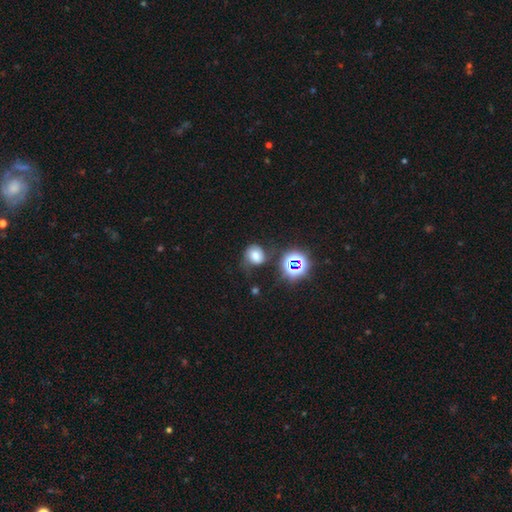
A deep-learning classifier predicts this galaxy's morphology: A smooth galaxy with no disk features (57%) that is round (67%). Merging: none (51%).